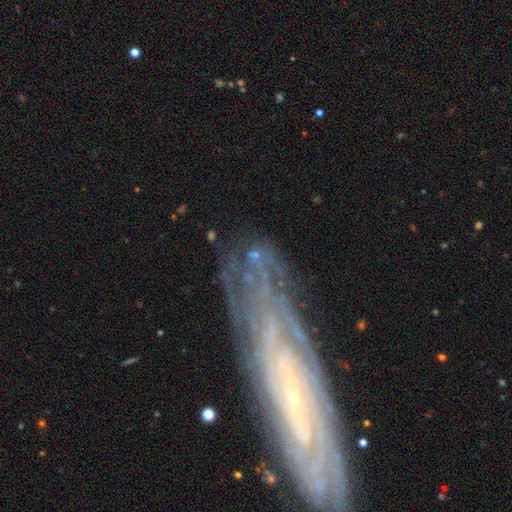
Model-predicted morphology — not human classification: type=featured or disk (64%); edge-on=no (94%); bar=no (63%); spiral arms=yes (79%); bulge=small (43%); merging=none (61%).